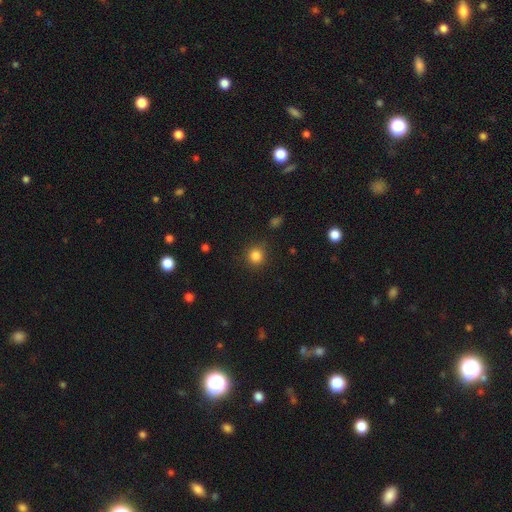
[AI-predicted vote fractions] Overall: smooth (84%). How rounded: round (90%). Merging: none (86%).